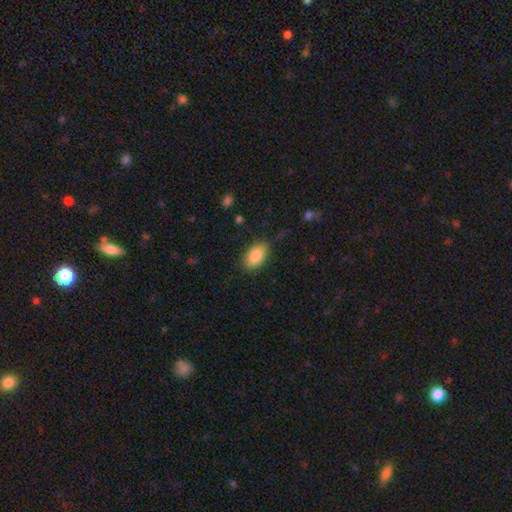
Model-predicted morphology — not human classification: A smooth galaxy with no disk features (87%) that is in between round and cigar-shaped (93%). Merging: none (81%).